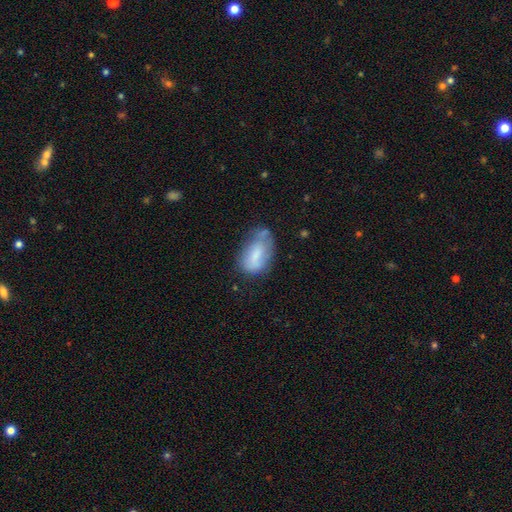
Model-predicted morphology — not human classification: smooth 67%, featured or disk 25%, star or artifact 8%. Down the decision tree: how rounded — in between (91%); merging — none (40%).